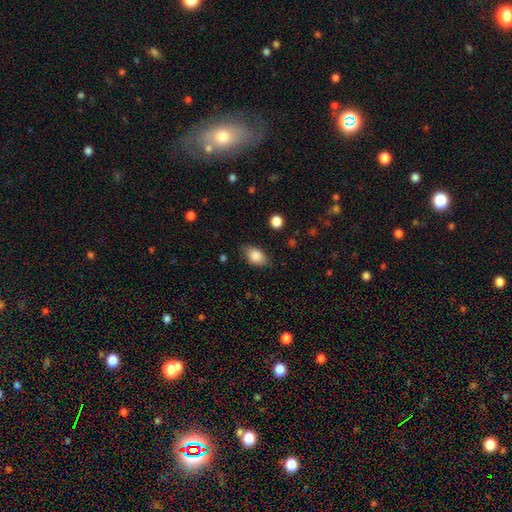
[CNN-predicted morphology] Smooth or featured?
  - smooth: 86% *
  - star or artifact: 8%
  - featured or disk: 7%
How rounded?
  - in between: 84% *
  - round: 14%
  - cigar-shaped: 2%
Merging?
  - none: 75% *
  - minor disturbance: 19%
  - major disturbance: 5%
  - merger: 1%